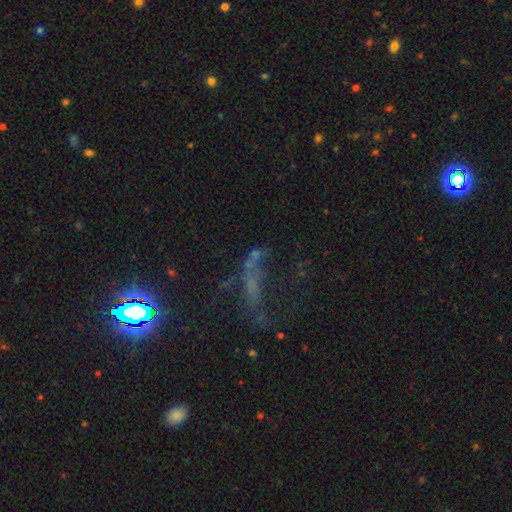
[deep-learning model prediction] The model was most divided on "smooth or featured": star or artifact: 37%, featured or disk: 34%, smooth: 29%.